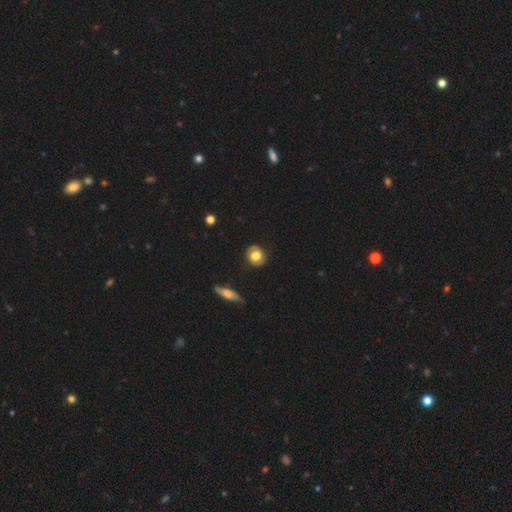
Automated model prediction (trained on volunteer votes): Smooth or featured: smooth — 64% (featured or disk — 29%)
How rounded: round — 76% (in between — 22%)
Merging: none — 81% (minor disturbance — 14%)